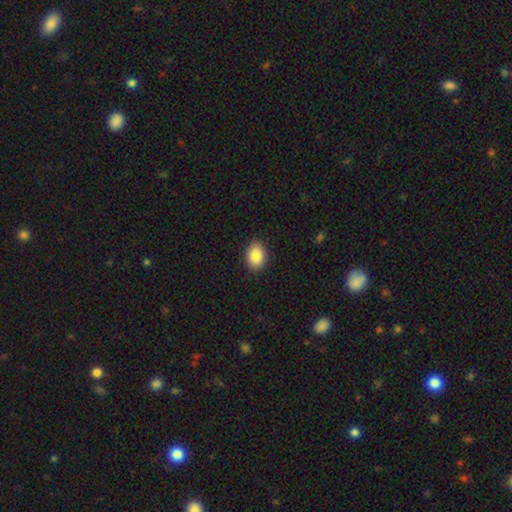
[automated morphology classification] Overall: smooth (88%). How rounded: in between (69%; round 30%). Merging: none (89%).